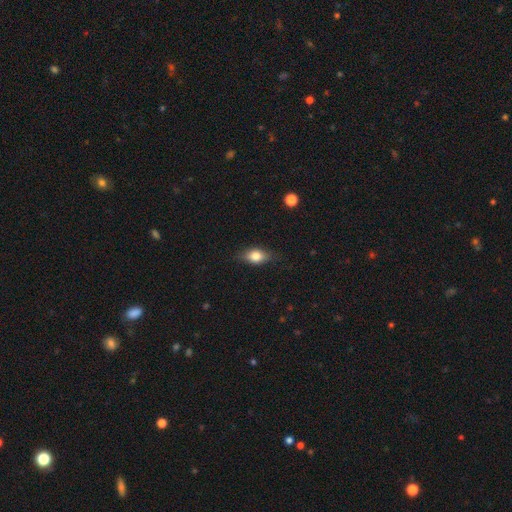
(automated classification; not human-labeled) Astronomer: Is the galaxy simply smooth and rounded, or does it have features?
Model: smooth — 73%.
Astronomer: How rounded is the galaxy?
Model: in between — 78%.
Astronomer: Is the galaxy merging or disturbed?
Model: none — 79%.